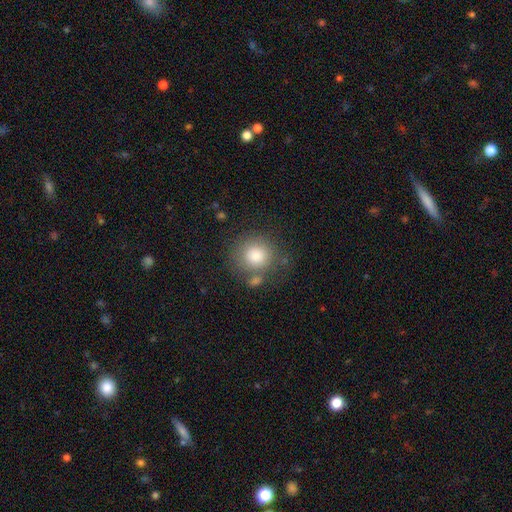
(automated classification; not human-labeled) Smooth or featured?
  - smooth: 79% *
  - featured or disk: 11%
  - star or artifact: 10%
How rounded?
  - round: 90% *
  - in between: 9%
  - cigar-shaped: 1%
Merging?
  - none: 69% *
  - minor disturbance: 14%
  - merger: 11%
  - major disturbance: 6%